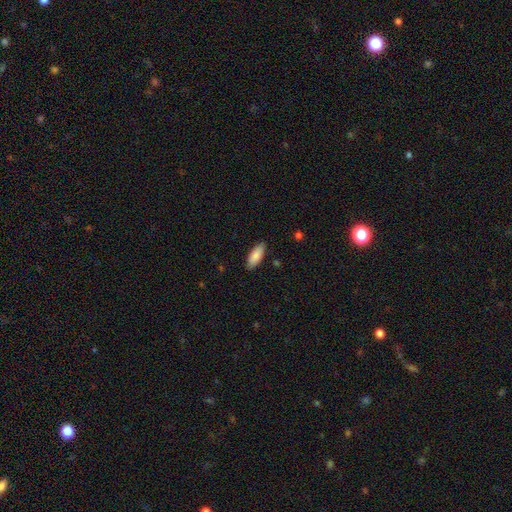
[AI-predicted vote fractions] Smooth or featured: smooth — 85% (featured or disk — 9%)
How rounded: in between — 79% (cigar-shaped — 20%)
Merging: none — 87% (minor disturbance — 10%)